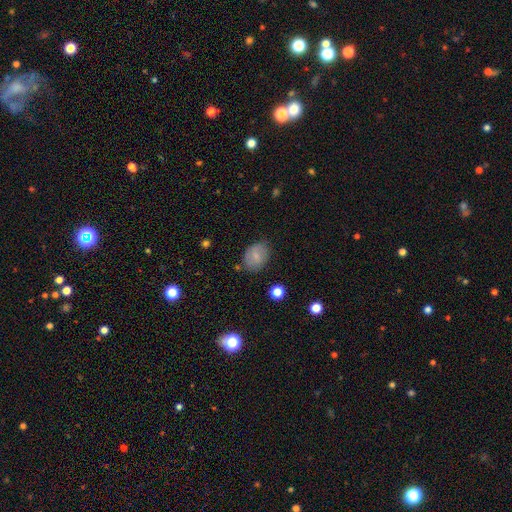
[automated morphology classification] A smooth galaxy with no disk features (72%) that is in between round and cigar-shaped (62%).

Vote fractions:
- Smooth or featured? smooth: 72% / featured or disk: 20% / star or artifact: 9%
- How rounded? in between: 62% / round: 37% / cigar-shaped: 1%
- Merging? none: 77% / minor disturbance: 17% / major disturbance: 4% / merger: 2%